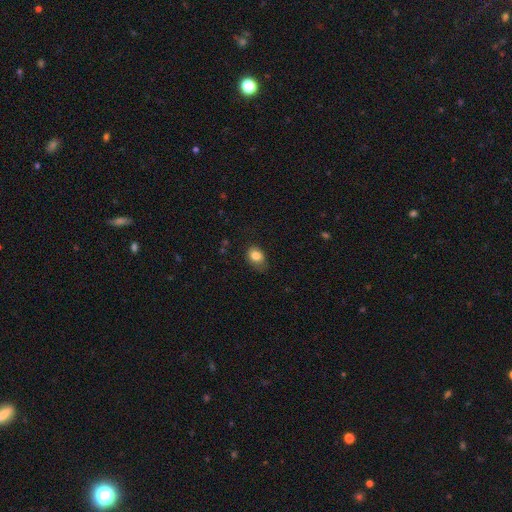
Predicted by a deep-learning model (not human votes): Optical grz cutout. It shows a smooth galaxy with no disk features (83%) that is in between round and cigar-shaped (67%). Merging: none (67%).